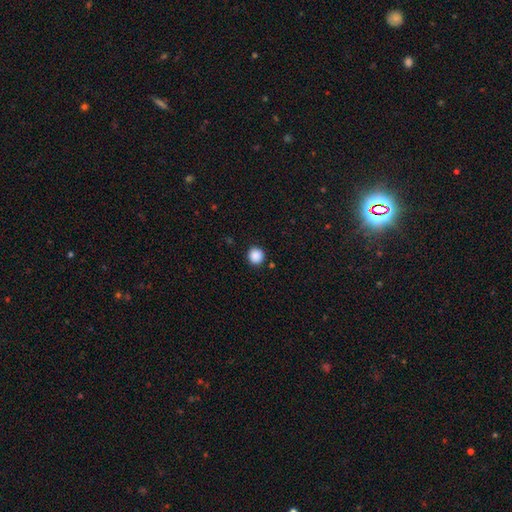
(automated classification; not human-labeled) smooth_or_featured: smooth (p=0.88) [alt: star or artifact p=0.09]
how_rounded: round (p=0.94) [alt: in between p=0.05]
merging: none (p=0.91) [alt: minor disturbance p=0.05]